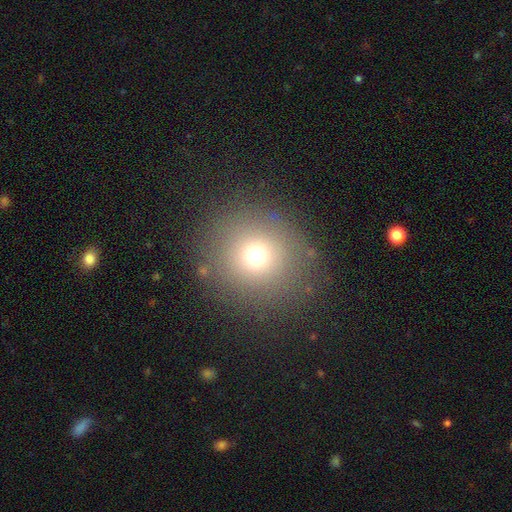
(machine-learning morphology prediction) smooth_or_featured: smooth (p=0.71) [alt: star or artifact p=0.18]
how_rounded: round (p=0.93) [alt: in between p=0.07]
merging: none (p=0.86) [alt: minor disturbance p=0.08]